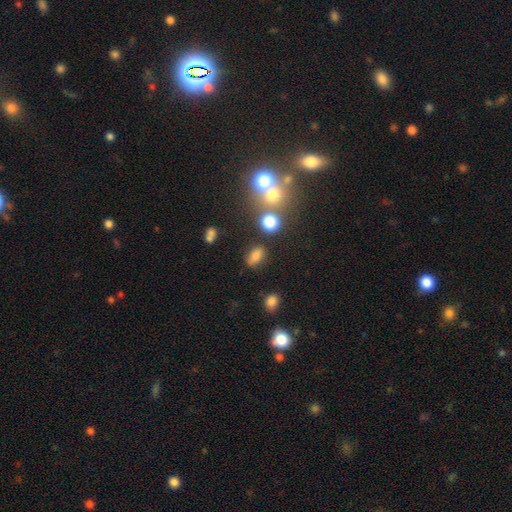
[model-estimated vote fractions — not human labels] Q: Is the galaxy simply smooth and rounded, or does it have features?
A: smooth — 75%.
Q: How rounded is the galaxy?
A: in between — 78%.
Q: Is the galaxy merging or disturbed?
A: none — 74%.